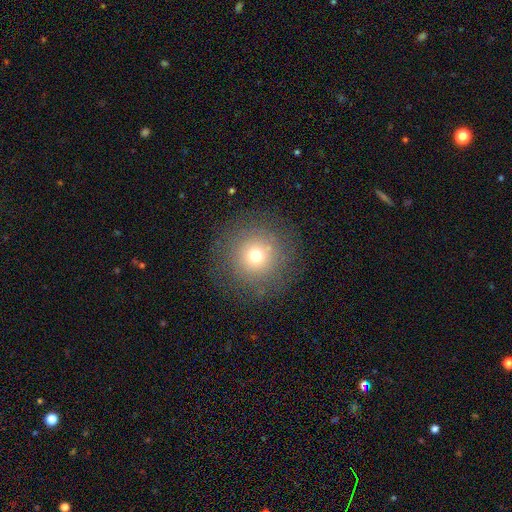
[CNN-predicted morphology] Smooth or featured?
  - smooth: 68% *
  - star or artifact: 16%
  - featured or disk: 16%
How rounded?
  - round: 95% *
  - in between: 4%
  - cigar-shaped: 1%
Merging?
  - none: 84% *
  - minor disturbance: 10%
  - major disturbance: 6%
  - merger: 1%